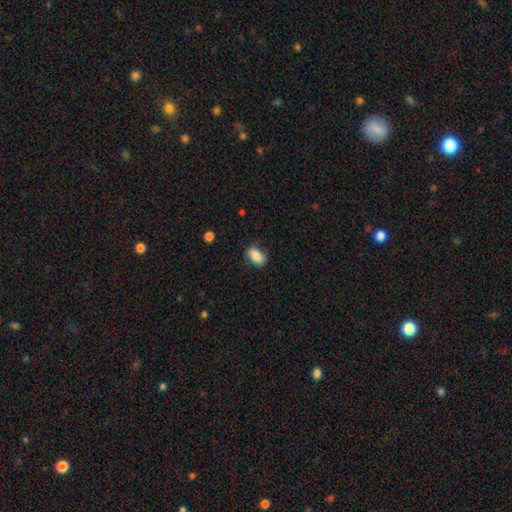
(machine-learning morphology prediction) smooth_or_featured: smooth (p=0.85) [alt: featured or disk p=0.08]
how_rounded: in between (p=0.88) [alt: round p=0.10]
merging: none (p=0.75) [alt: minor disturbance p=0.19]